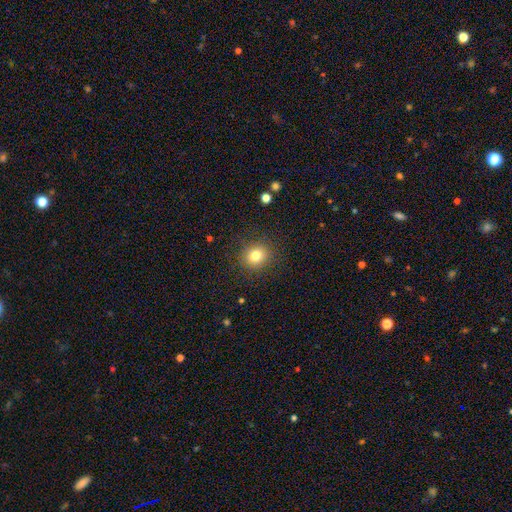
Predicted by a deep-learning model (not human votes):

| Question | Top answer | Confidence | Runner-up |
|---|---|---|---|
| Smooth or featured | smooth | 80% | star or artifact (12%) |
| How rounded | round | 79% | in between (20%) |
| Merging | none | 88% | minor disturbance (8%) |